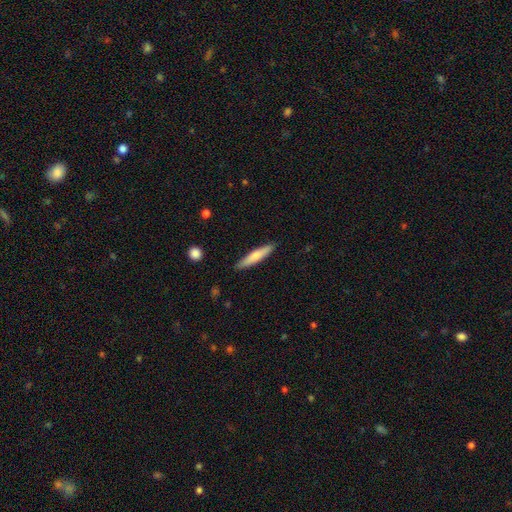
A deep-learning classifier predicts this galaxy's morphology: smooth-or-featured: smooth: 65% | featured or disk: 29% | star or artifact: 5%
  how-rounded: cigar-shaped: 88% | in between: 11% | round: 1%
  merging: none: 88% | minor disturbance: 9% | major disturbance: 2% | merger: 1%